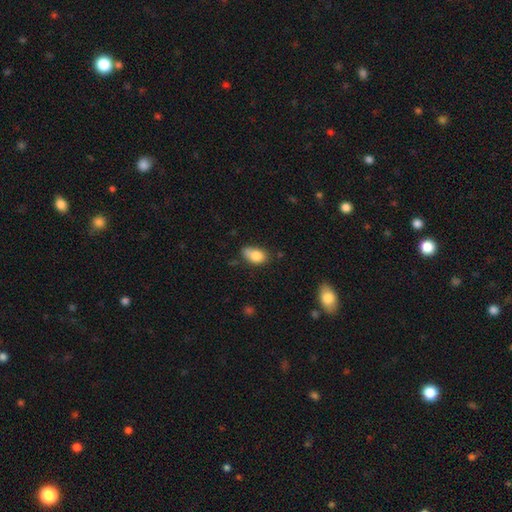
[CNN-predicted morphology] A smooth galaxy with no disk features (82%) that is in between round and cigar-shaped (82%). Merging: none (46%).